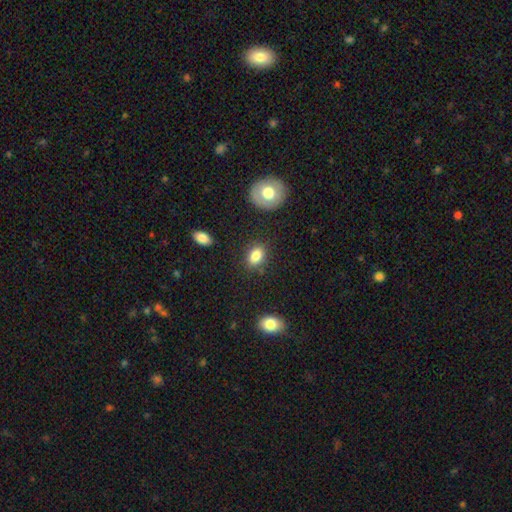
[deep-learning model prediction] Smooth or featured?
  - smooth: 83% *
  - star or artifact: 9%
  - featured or disk: 8%
How rounded?
  - in between: 76% *
  - round: 22%
  - cigar-shaped: 2%
Merging?
  - none: 82% *
  - minor disturbance: 12%
  - major disturbance: 3%
  - merger: 3%